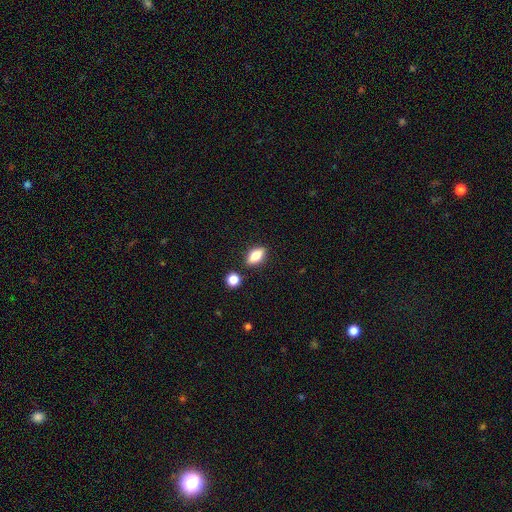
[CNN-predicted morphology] smooth 72%, featured or disk 19%, star or artifact 8%. Down the decision tree: how rounded — in between (80%); merging — none (84%).